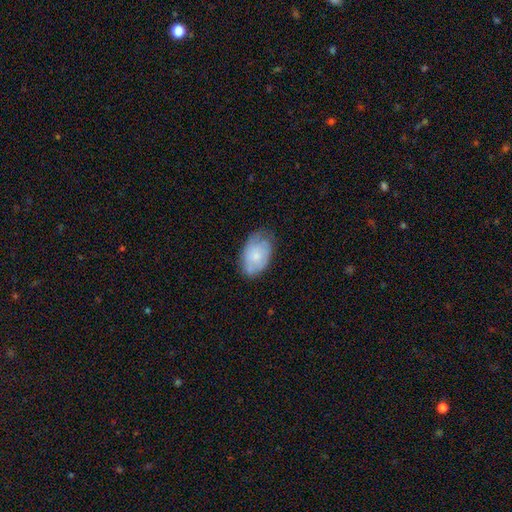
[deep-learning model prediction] Overall: smooth (57%; featured or disk 37%). How rounded: in between (88%). Merging: none (59%; minor disturbance 31%).